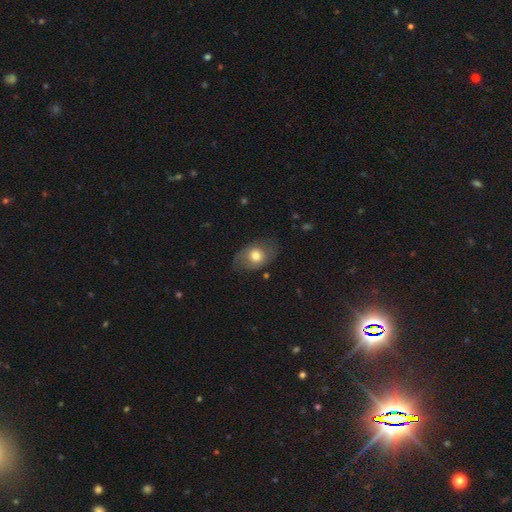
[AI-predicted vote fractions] The model was most divided on "smooth or featured": smooth: 66%, featured or disk: 26%, star or artifact: 8%. More confident: how rounded — in between (73%); merging — none (70%).